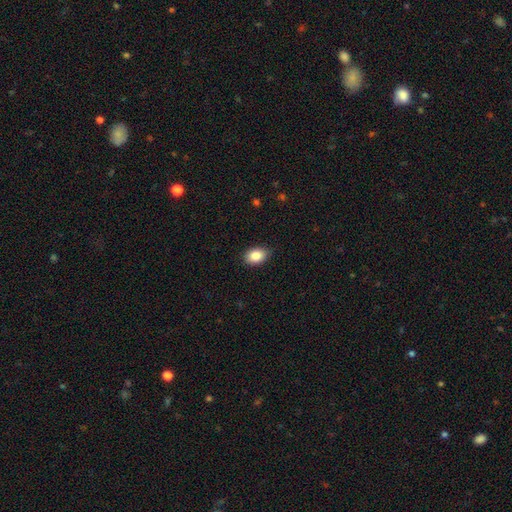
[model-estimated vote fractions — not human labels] Morphology: type=smooth (87%); roundness=in between (80%); merging=none (84%).